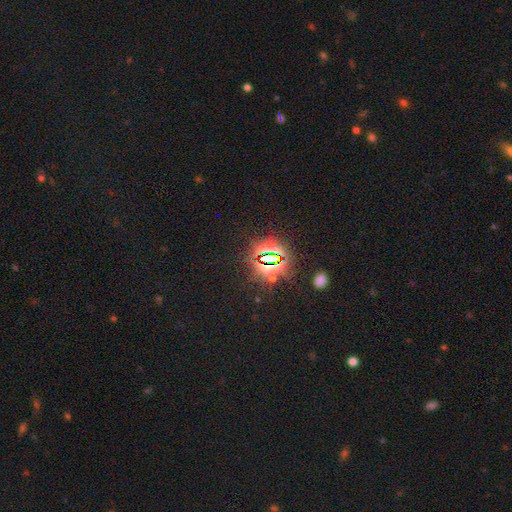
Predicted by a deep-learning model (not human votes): A star or artifact, not a galaxy (78%).

Vote fractions:
- Smooth or featured? star or artifact: 78% / smooth: 15% / featured or disk: 6%